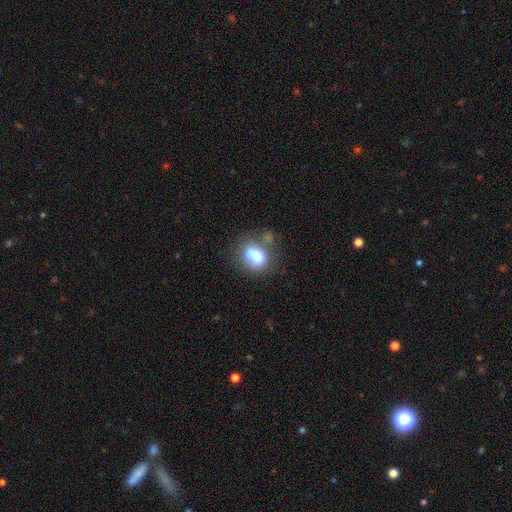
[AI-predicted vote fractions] Overall: smooth (73%). How rounded: in between (61%; round 37%). Merging: none (49%; minor disturbance 23%).